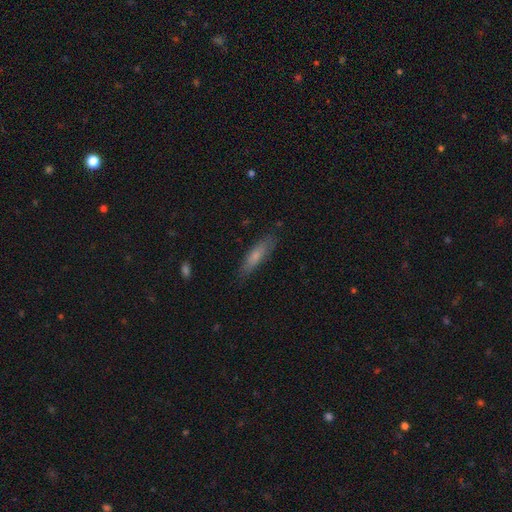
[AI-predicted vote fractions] The model was most divided on "smooth or featured": smooth: 68%, featured or disk: 25%, star or artifact: 7%. More confident: merging — none (82%); how rounded — cigar-shaped (74%).